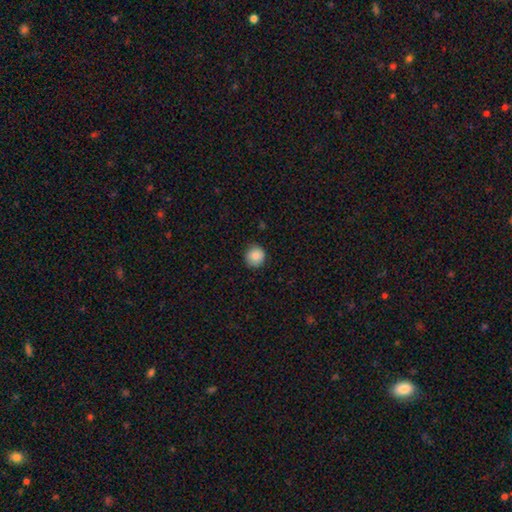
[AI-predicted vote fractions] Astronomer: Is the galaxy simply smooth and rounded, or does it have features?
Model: smooth — 87%.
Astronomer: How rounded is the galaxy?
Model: round — 92%.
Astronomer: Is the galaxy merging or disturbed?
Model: none — 87%.